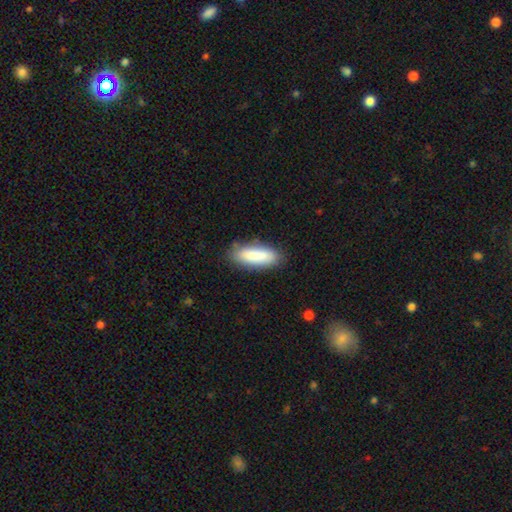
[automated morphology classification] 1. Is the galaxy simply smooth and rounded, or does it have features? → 84% smooth, 9% featured or disk, 6% star or artifact.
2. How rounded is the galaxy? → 62% in between, 37% cigar-shaped, 2% round.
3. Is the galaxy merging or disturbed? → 81% none, 14% minor disturbance, 3% major disturbance, 2% merger.